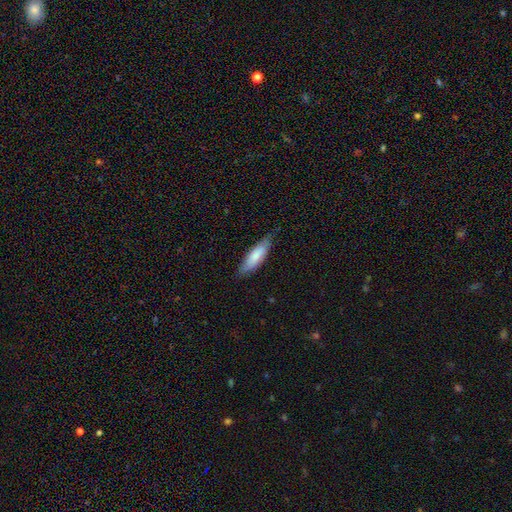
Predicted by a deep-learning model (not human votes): This appears to be a smooth galaxy with no disk features (71%) that is cigar-shaped (50%). Merging: none (73%).